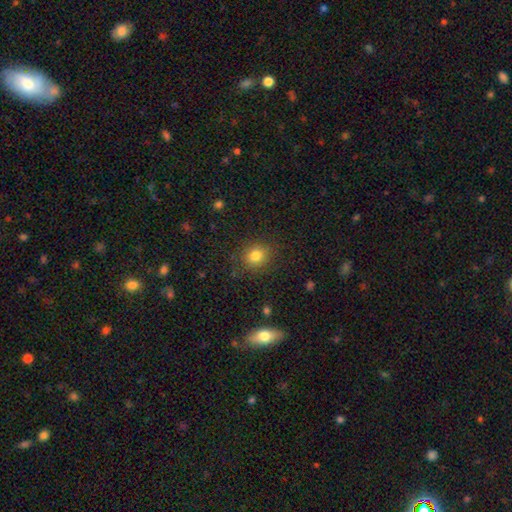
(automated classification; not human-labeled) This is clearly a smooth galaxy (80%). How rounded: likely round (77%). Merging: clearly none (86%).